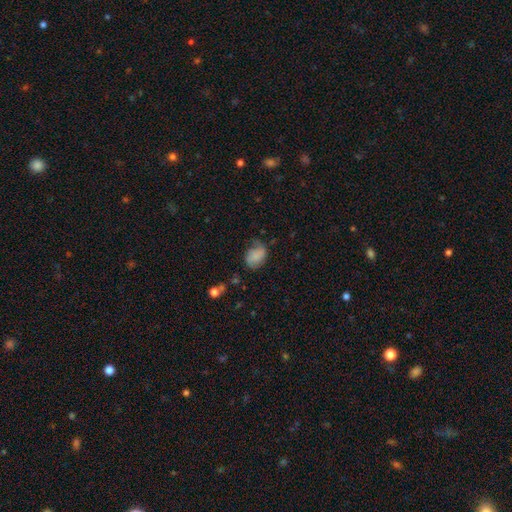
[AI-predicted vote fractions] This appears to be a smooth galaxy with no disk features (63%) that is in between round and cigar-shaped (72%). Merging: none (53%).